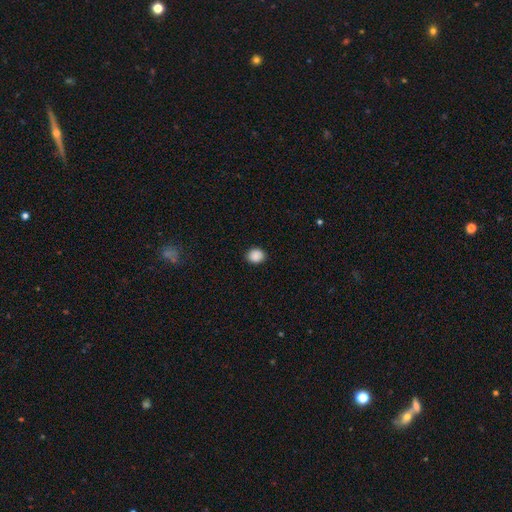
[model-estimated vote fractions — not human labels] Smooth or featured? smooth (89%)
How rounded? round (68%)
Merging? none (90%)